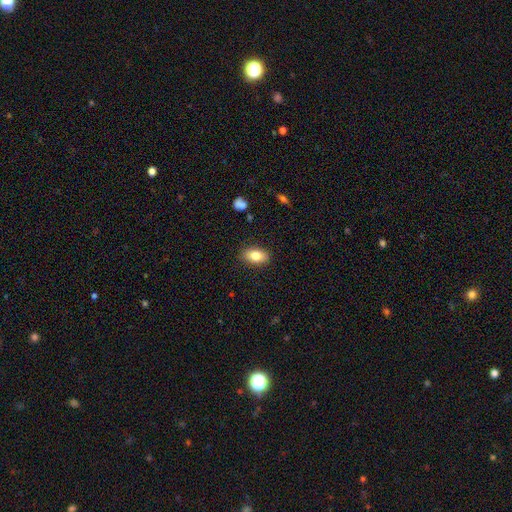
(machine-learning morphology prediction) Smooth or featured? Predicted: smooth (p=0.81). How rounded? Predicted: in between (p=0.89). Merging? Predicted: none (p=0.88).